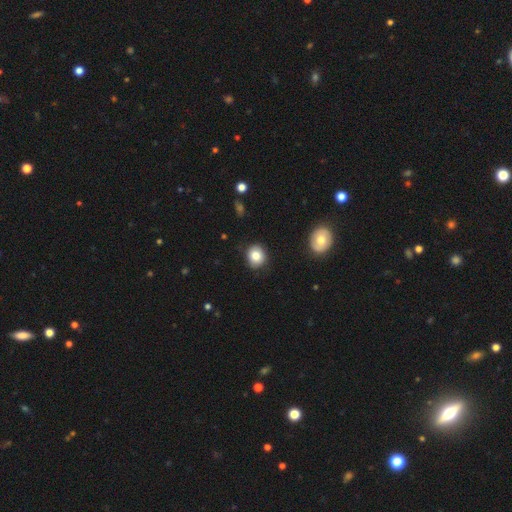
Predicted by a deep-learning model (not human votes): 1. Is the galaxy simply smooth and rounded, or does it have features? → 82% smooth, 9% star or artifact, 9% featured or disk.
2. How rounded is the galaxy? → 76% round, 23% in between, 1% cigar-shaped.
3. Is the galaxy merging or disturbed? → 85% none, 11% minor disturbance, 2% major disturbance, 1% merger.